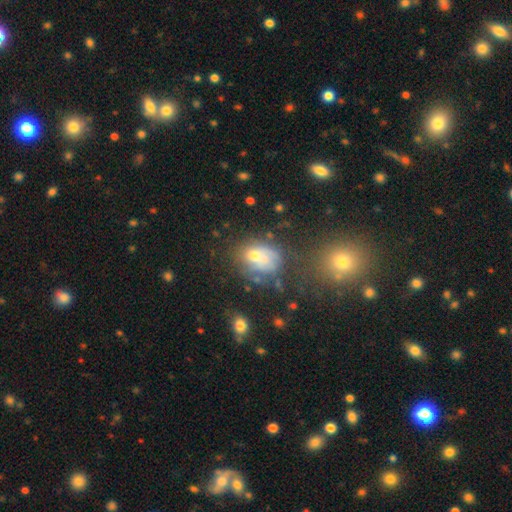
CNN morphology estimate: Smooth or featured? Predicted: smooth (p=0.52). How rounded? Predicted: round (p=0.49, tied with in between). Merging? Predicted: none (p=0.51).